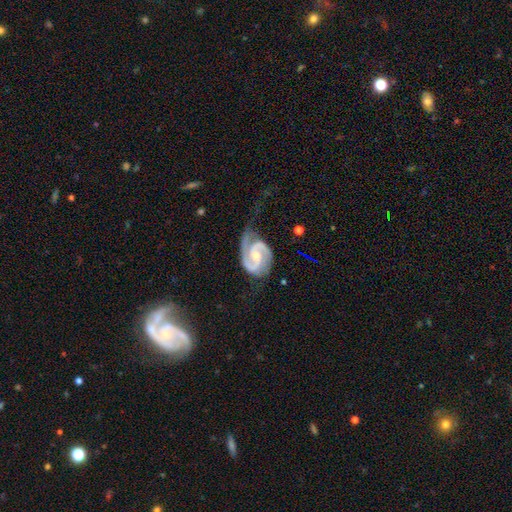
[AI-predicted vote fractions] A featured or disk galaxy (93%) with no bar (45%), 2 (93%) medium (54%) spiral arms (99%) and a small central bulge (49%).

Vote fractions:
- Smooth or featured? featured or disk: 93% / star or artifact: 3% / smooth: 3%
- Edge-on disk? no: 98% / yes: 2%
- Bar? no: 45% / weak: 40% / strong: 15%
- Spiral arms? yes: 99% / no: 1%
- Spiral winding? medium: 54% / tight: 35% / loose: 12%
- Spiral arm count? 2: 93% / 1: 2% / can't tell: 2% / 3: 2% / 4: 1% / more than 4: 1%
- Bulge size? small: 49% / moderate: 46% / none: 3% / large: 2% / dominant: 1%
- Merging? none: 55% / minor disturbance: 28% / major disturbance: 15% / merger: 2%